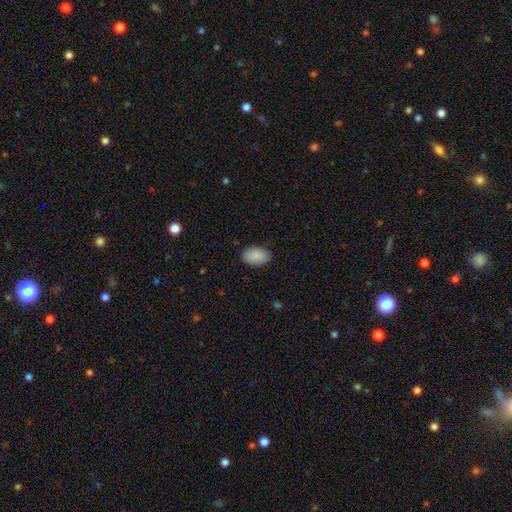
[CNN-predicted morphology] Smooth or featured: smooth — 90% (star or artifact — 7%)
How rounded: in between — 91% (round — 8%)
Merging: none — 85% (minor disturbance — 12%)